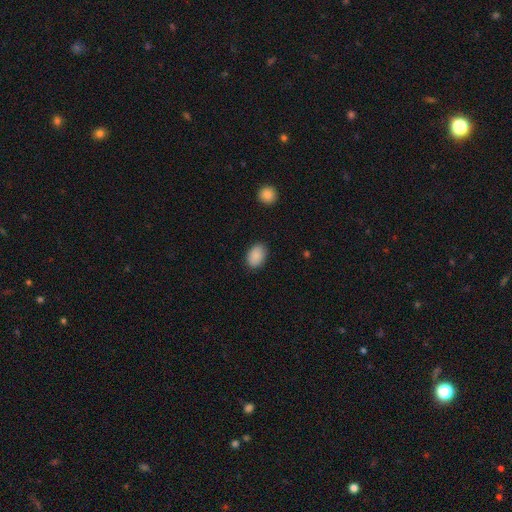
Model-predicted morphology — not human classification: The model was most divided on "how rounded": in between: 82%, round: 17%, cigar-shaped: 1%. More confident: smooth or featured — smooth (89%); merging — none (87%).